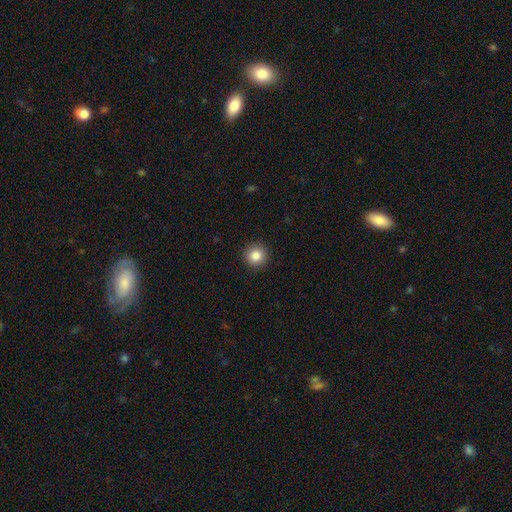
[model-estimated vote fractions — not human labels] This is clearly a smooth galaxy (85%). How rounded: clearly round (94%). Merging: clearly none (92%).